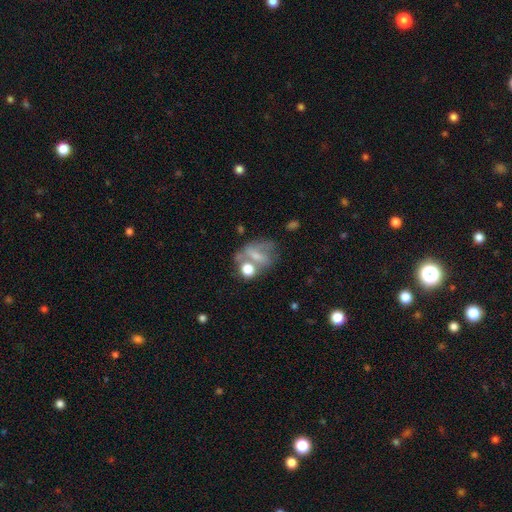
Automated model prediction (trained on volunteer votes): A smooth galaxy with no disk features (49%).

Vote fractions:
- Smooth or featured? smooth: 49% / featured or disk: 36% / star or artifact: 15%
- Merging? merger: 31% (tied) / none: 31% (tied) / major disturbance: 21% / minor disturbance: 17%